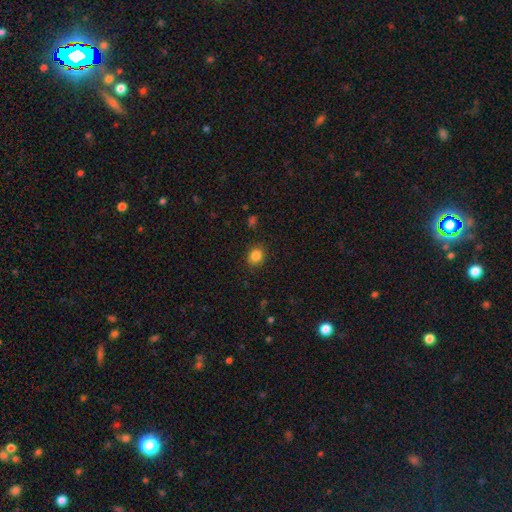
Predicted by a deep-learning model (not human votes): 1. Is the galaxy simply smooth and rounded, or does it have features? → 85% smooth, 11% star or artifact, 4% featured or disk.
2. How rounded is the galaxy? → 67% round, 32% in between, 1% cigar-shaped.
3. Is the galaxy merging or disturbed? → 87% none, 9% minor disturbance, 3% major disturbance, 1% merger.